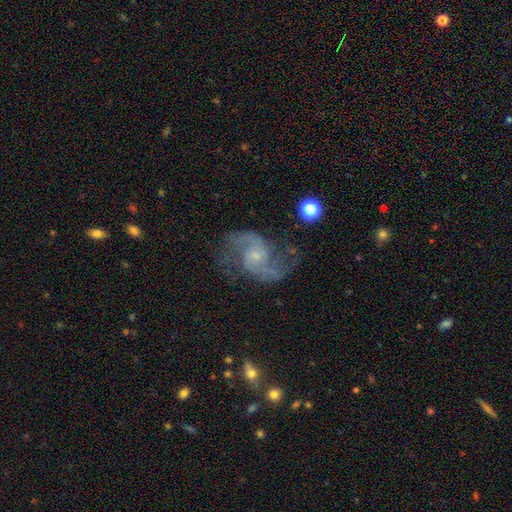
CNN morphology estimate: smooth-or-featured: featured or disk: 89% | star or artifact: 6% | smooth: 5%
  disk-edge-on: no: 98% | yes: 2%
    bar: no: 58% | weak: 35% | strong: 6%
    has-spiral-arms: yes: 97% | no: 3%
      spiral-winding: medium: 49% | loose: 41% | tight: 10%
      spiral-arm-count: 2: 92% | can't tell: 2% | 3: 2% | 1: 1% | 4: 1% | more than 4: 1%
    bulge-size: small: 66% | moderate: 20% | none: 11% | large: 2% | dominant: 1%
  merging: none: 72% | minor disturbance: 16% | major disturbance: 10% | merger: 2%